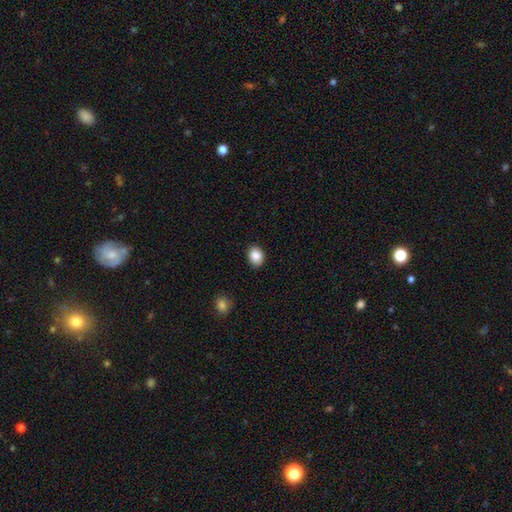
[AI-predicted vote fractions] Smooth or featured? smooth (87%)
How rounded? in between (55%)
Merging? none (88%)